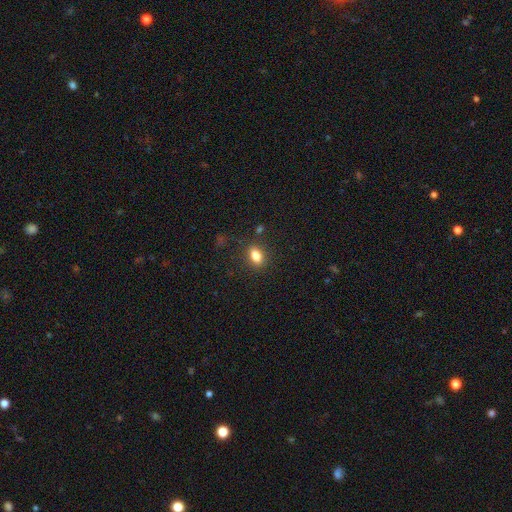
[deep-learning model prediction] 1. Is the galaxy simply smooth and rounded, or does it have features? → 83% smooth, 10% star or artifact, 7% featured or disk.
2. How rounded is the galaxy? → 82% in between, 14% round, 4% cigar-shaped.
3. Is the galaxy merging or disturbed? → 85% none, 10% minor disturbance, 3% major disturbance, 2% merger.